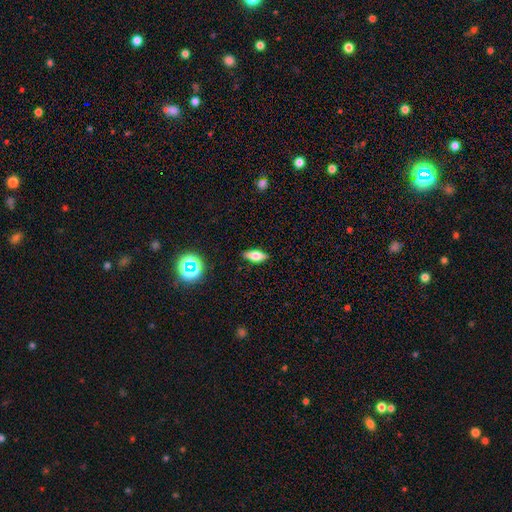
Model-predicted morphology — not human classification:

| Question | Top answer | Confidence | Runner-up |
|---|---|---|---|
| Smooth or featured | smooth | 59% | featured or disk (30%) |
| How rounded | in between | 68% | cigar-shaped (28%) |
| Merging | none | 87% | minor disturbance (10%) |